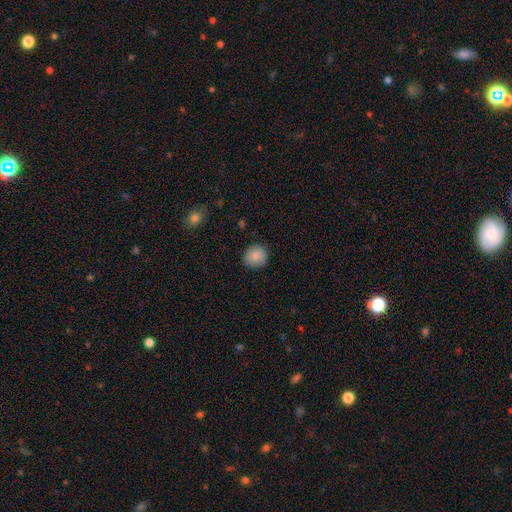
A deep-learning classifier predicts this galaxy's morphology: Smooth or featured?
  - smooth: 87% *
  - star or artifact: 8%
  - featured or disk: 6%
How rounded?
  - round: 86% *
  - in between: 13%
  - cigar-shaped: 1%
Merging?
  - none: 88% *
  - minor disturbance: 9%
  - major disturbance: 2%
  - merger: 1%